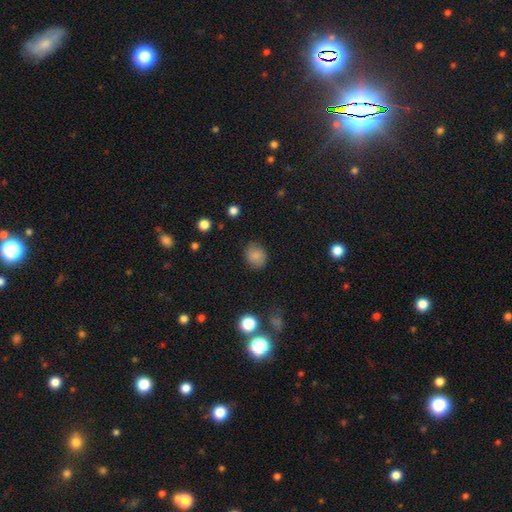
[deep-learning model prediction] smooth-or-featured: smooth: 81% | star or artifact: 10% | featured or disk: 8%
  how-rounded: round: 65% | in between: 34% | cigar-shaped: 1%
  merging: none: 82% | minor disturbance: 13% | major disturbance: 4% | merger: 1%